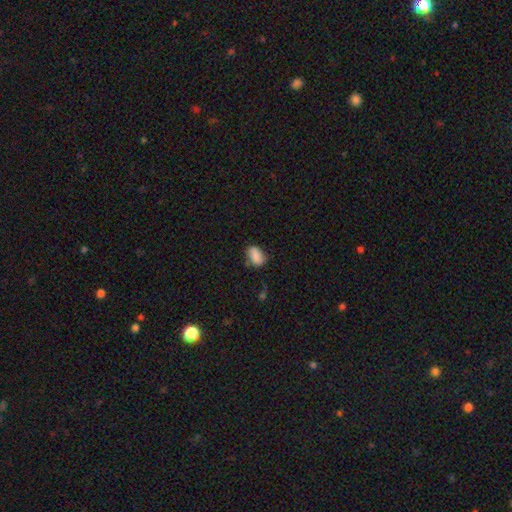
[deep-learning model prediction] Morphology: type=smooth (83%); roundness=in between (85%); merging=none (63%).